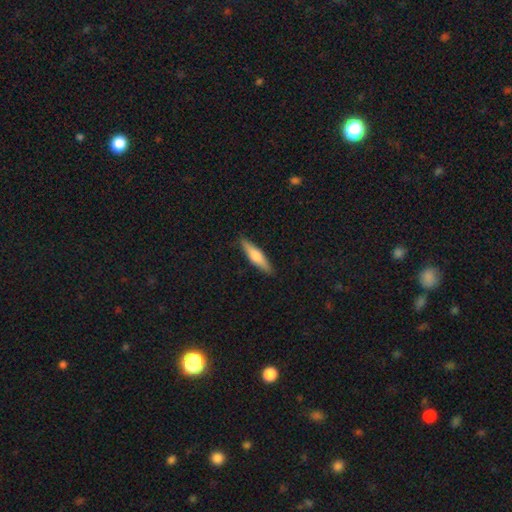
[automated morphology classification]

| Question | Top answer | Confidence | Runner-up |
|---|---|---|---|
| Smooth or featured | smooth | 55% | featured or disk (40%) |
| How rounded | cigar-shaped | 78% | in between (21%) |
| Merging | none | 89% | minor disturbance (9%) |